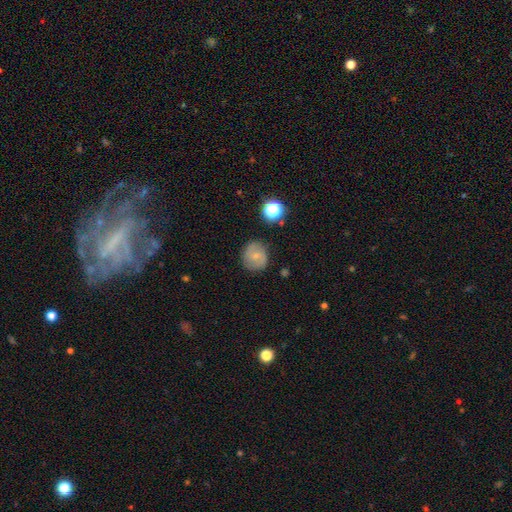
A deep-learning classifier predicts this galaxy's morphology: type=smooth (47%); merging=none (81%).